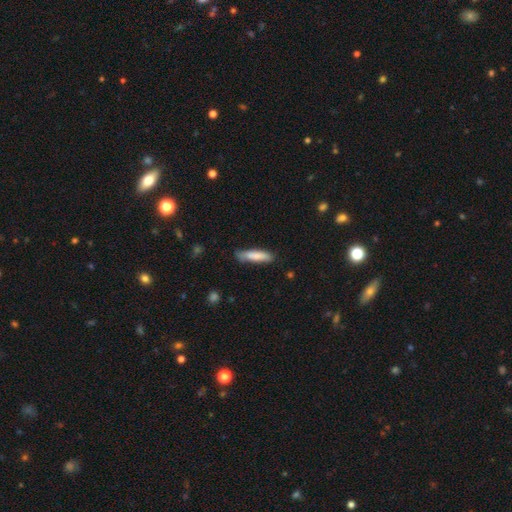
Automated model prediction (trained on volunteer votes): Overall: smooth (79%). How rounded: cigar-shaped (76%). Merging: none (73%).